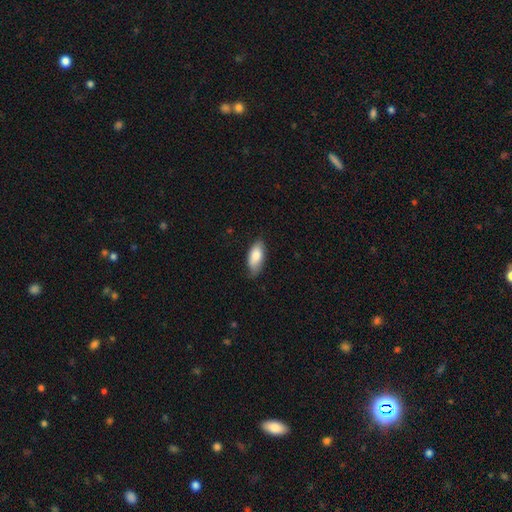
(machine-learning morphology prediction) type=smooth (84%); roundness=in between (86%); merging=none (74%).